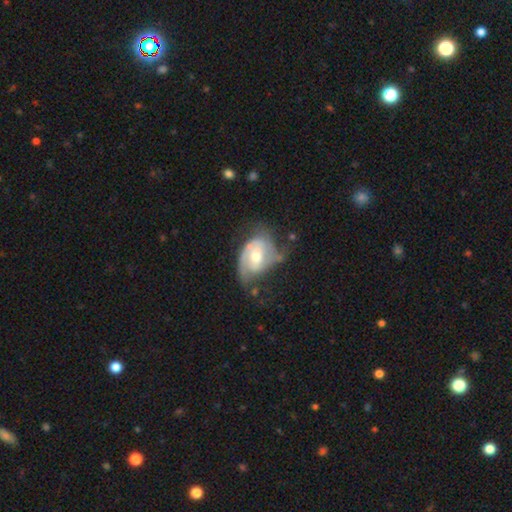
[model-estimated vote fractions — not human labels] Smooth or featured? Predicted: featured or disk (p=0.70). Edge-on disk? Predicted: no (p=0.96). Bar? Predicted: no (p=0.50). Spiral arms? Predicted: yes (p=0.82). Spiral winding? Predicted: medium (p=0.43). Spiral arm count? Predicted: 2 (p=0.52). Bulge size? Predicted: moderate (p=0.62). Merging? Predicted: none (p=0.36).